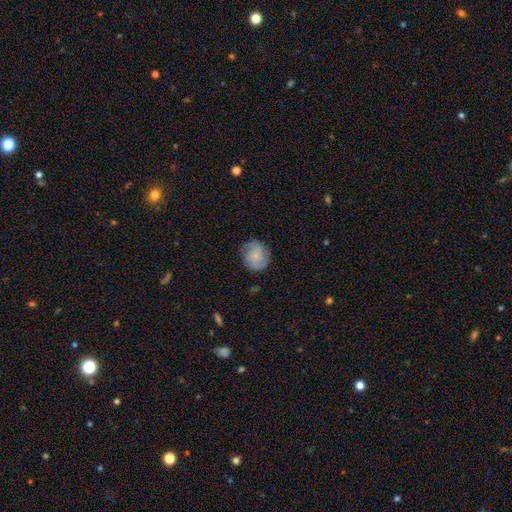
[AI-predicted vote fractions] smooth_or_featured: smooth (p=0.47) [alt: featured or disk p=0.46]
merging: none (p=0.77) [alt: minor disturbance p=0.17]